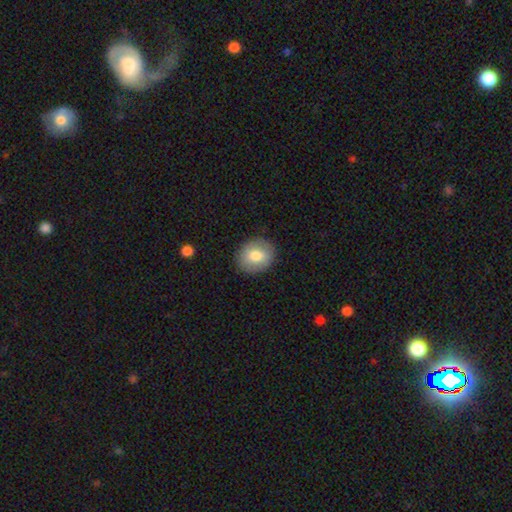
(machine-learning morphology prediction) smooth 77%, featured or disk 16%, star or artifact 7%. Down the decision tree: how rounded — round (61%); merging — none (88%).